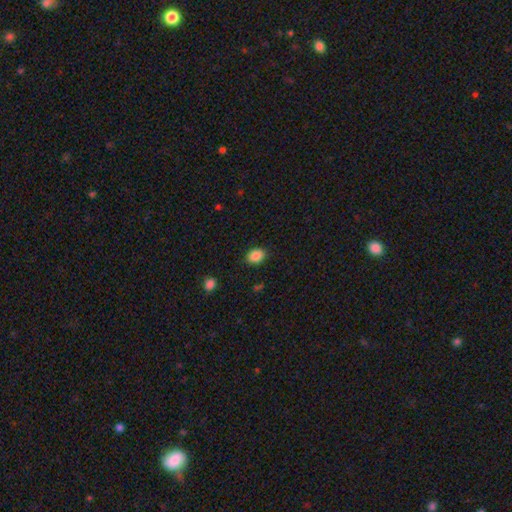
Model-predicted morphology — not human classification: This appears to be a smooth galaxy with no disk features (87%) that is in between round and cigar-shaped (66%). Merging: none (88%).